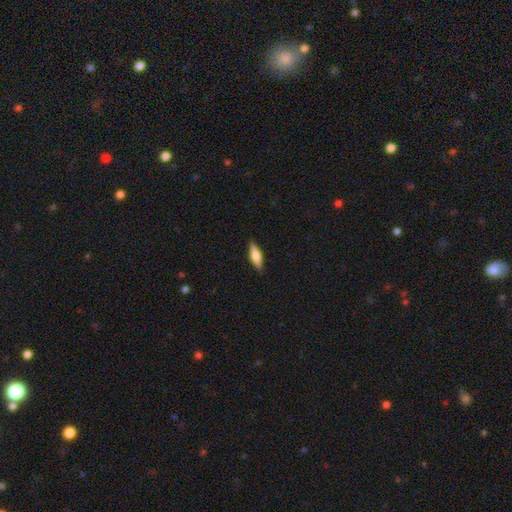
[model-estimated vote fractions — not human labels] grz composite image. It shows a smooth galaxy with no disk features (65%) that is cigar-shaped (57%). Merging: none (88%).